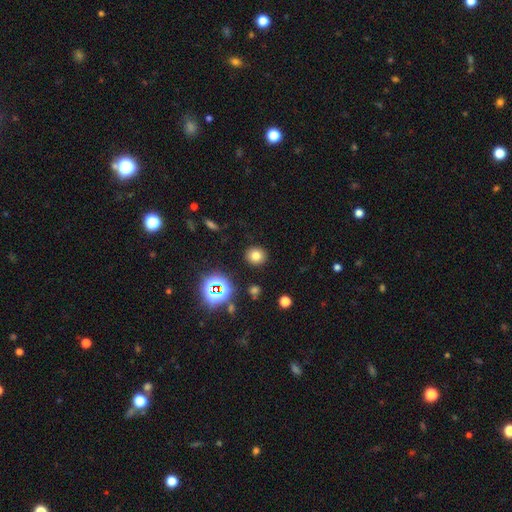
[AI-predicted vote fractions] Morphology: type=smooth (74%); roundness=round (84%); merging=none (89%).